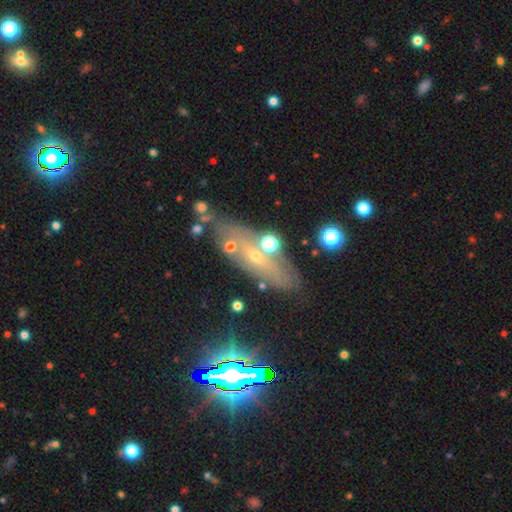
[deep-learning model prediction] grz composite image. It shows a featured or disk galaxy (50%). Merging: none (69%).